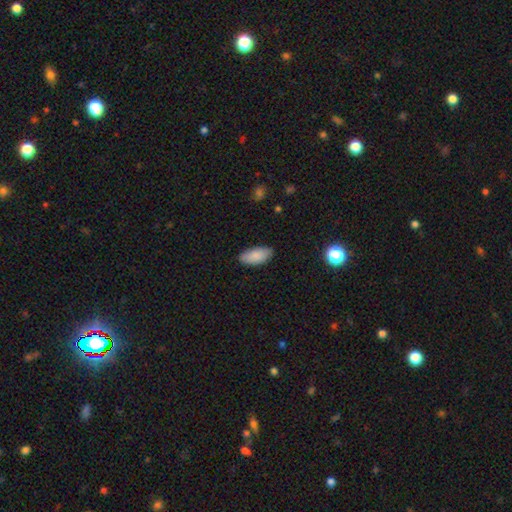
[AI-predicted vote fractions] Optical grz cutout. It shows a smooth galaxy with no disk features (88%) that is in between round and cigar-shaped (90%). Merging: none (85%).